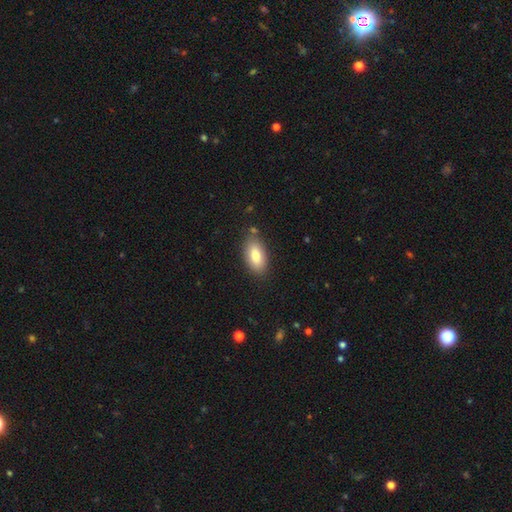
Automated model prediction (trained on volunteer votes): smooth 82%, featured or disk 11%, star or artifact 7%. Down the decision tree: how rounded — in between (92%); merging — none (81%).